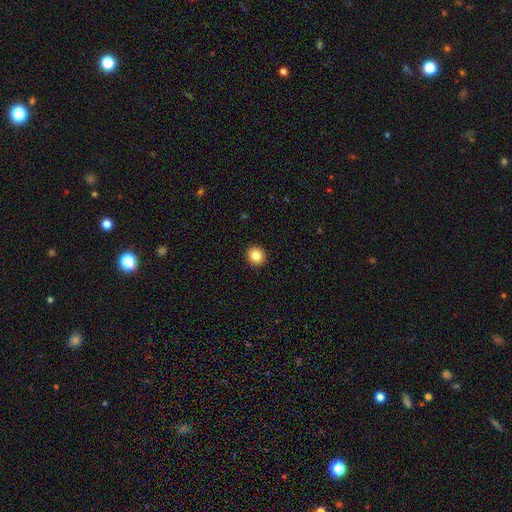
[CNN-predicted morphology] Smooth or featured? smooth (84%)
How rounded? round (93%)
Merging? none (93%)